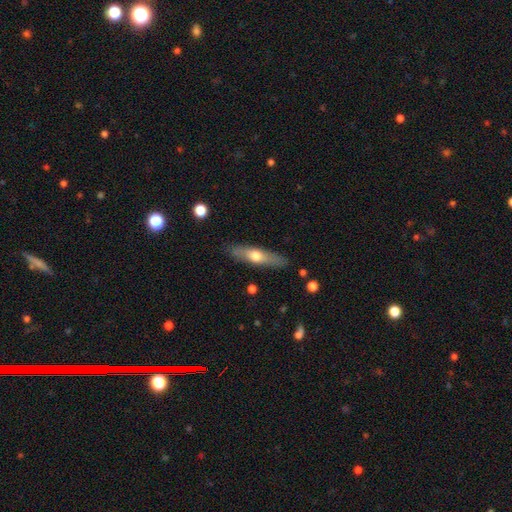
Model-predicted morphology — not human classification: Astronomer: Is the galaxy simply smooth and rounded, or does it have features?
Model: smooth — 53% (runner-up: featured or disk, 42%).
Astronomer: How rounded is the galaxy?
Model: cigar-shaped — 72%.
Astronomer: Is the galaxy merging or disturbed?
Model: none — 85%.